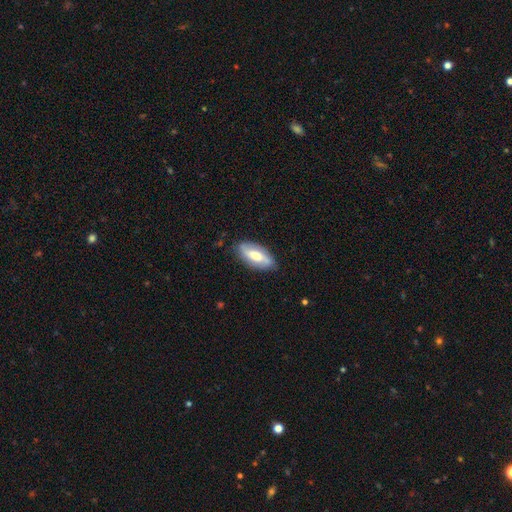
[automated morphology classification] Overall: featured or disk (49%; smooth 45%). Merging: none (81%).